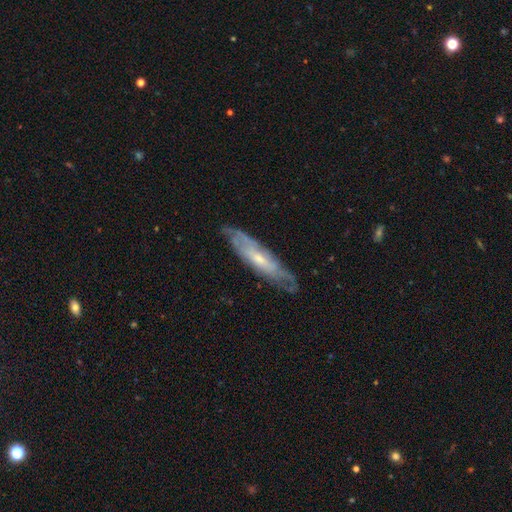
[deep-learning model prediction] This appears to be a featured or disk galaxy (69%). Merging: none (81%).